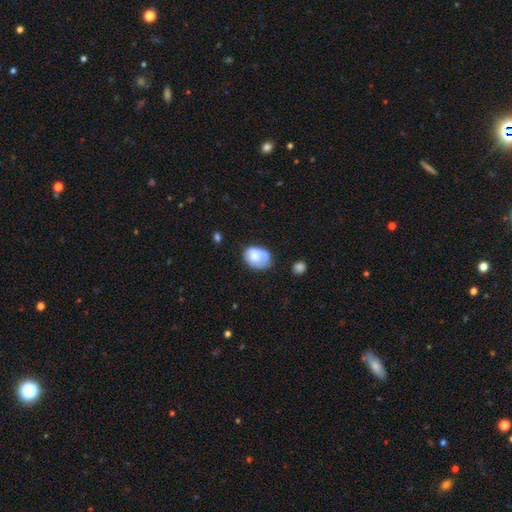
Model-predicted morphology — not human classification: smooth_or_featured: smooth (p=0.71) [alt: featured or disk p=0.22]
how_rounded: in between (p=0.67) [alt: round p=0.32]
merging: none (p=0.49) [alt: minor disturbance p=0.34]